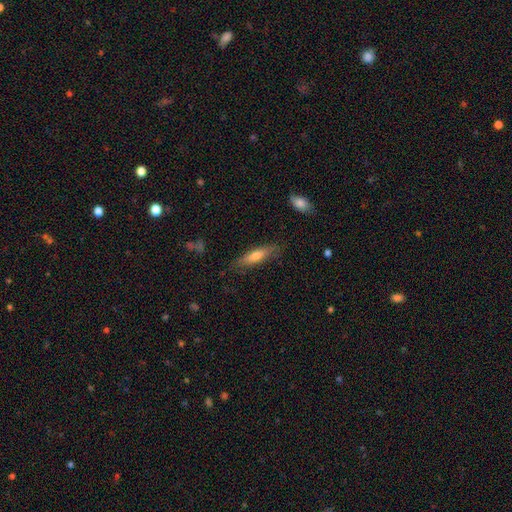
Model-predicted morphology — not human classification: smooth 66%, featured or disk 27%, star or artifact 7%. Down the decision tree: how rounded — cigar-shaped (68%); merging — none (80%).